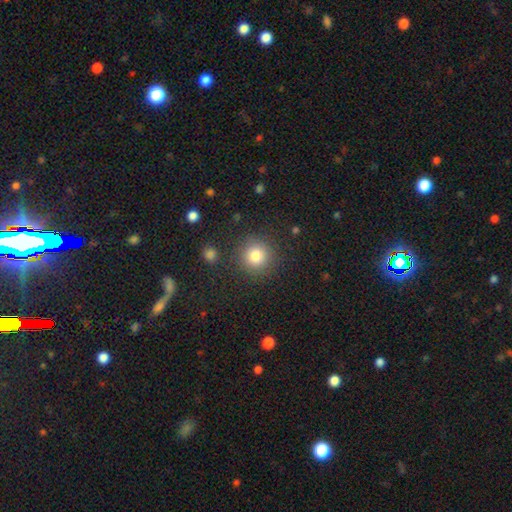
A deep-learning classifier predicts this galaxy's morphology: The model was most divided on "smooth or featured": smooth: 81%, star or artifact: 12%, featured or disk: 7%. More confident: how rounded — round (93%); merging — none (87%).